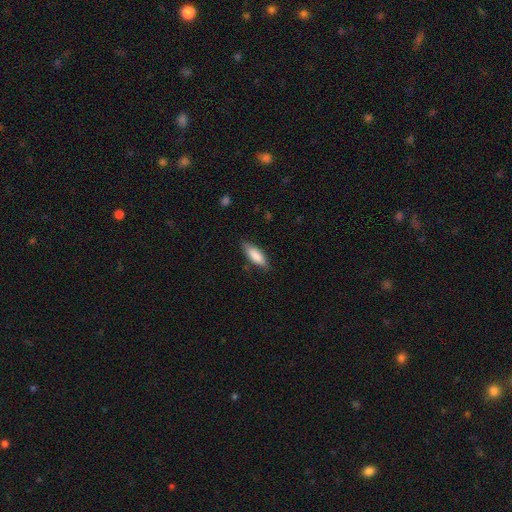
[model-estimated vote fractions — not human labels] A smooth galaxy with no disk features (83%) that is in between round and cigar-shaped (58%).

Vote fractions:
- Smooth or featured? smooth: 83% / featured or disk: 11% / star or artifact: 6%
- How rounded? in between: 58% / cigar-shaped: 40% / round: 2%
- Merging? none: 83% / minor disturbance: 14% / major disturbance: 3% / merger: 1%